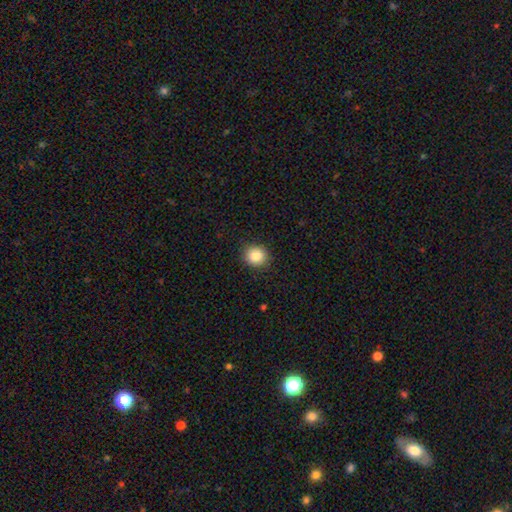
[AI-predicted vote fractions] Smooth or featured? smooth (86%)
How rounded? round (85%)
Merging? none (90%)